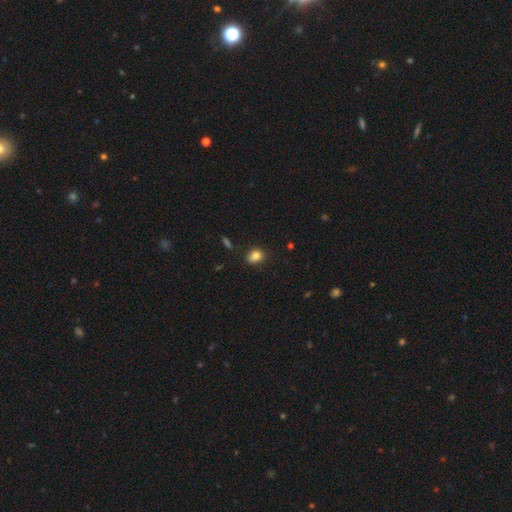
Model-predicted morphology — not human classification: Overall: smooth (82%). How rounded: in between (53%; round 46%). Merging: none (77%).